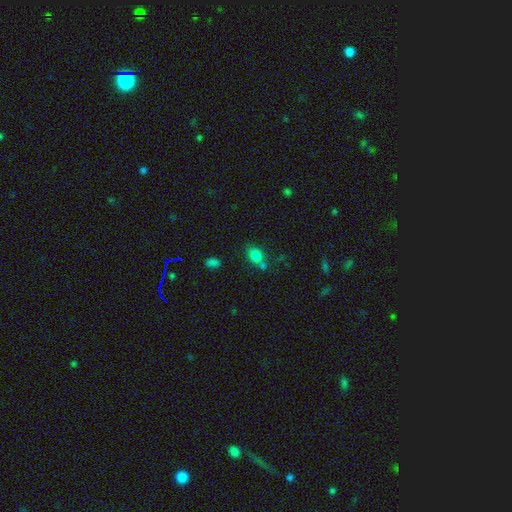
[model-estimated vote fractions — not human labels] A smooth galaxy with no disk features (81%) that is in between round and cigar-shaped (53%). Merging: none (54%).